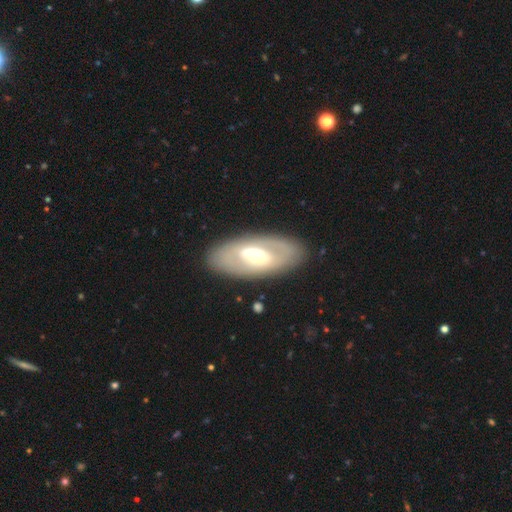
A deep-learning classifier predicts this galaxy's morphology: Smooth or featured: featured or disk — 62% (smooth — 33%)
Edge-on disk: no — 87% (yes — 13%)
Bar: weak — 36% (strong — 33%)
Spiral arms: no — 73% (yes — 27%)
Bulge size: moderate — 65% (large — 16%)
Merging: none — 84% (minor disturbance — 10%)